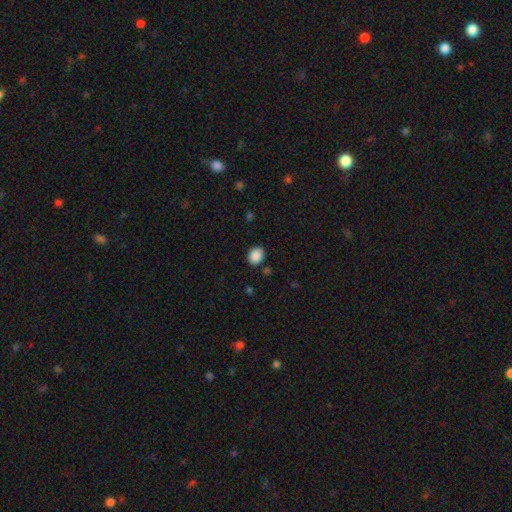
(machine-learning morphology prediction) Smooth or featured? smooth (88%)
How rounded? in between (51%)
Merging? none (85%)